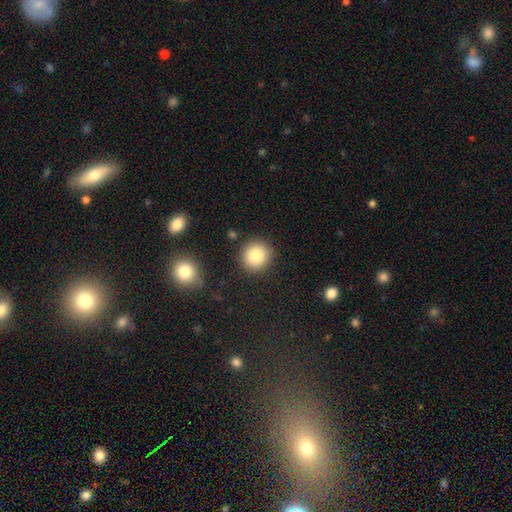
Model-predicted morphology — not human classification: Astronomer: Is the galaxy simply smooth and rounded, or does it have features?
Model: smooth — 83%.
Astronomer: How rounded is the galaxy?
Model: round — 90%.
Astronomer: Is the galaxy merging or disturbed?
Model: none — 88%.